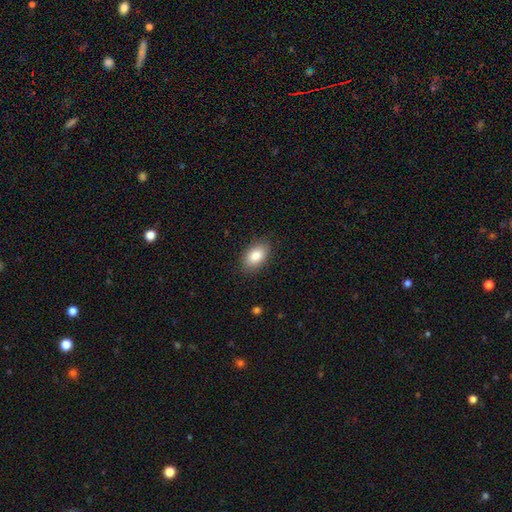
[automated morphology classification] Overall: smooth (85%). How rounded: in between (90%). Merging: none (86%).